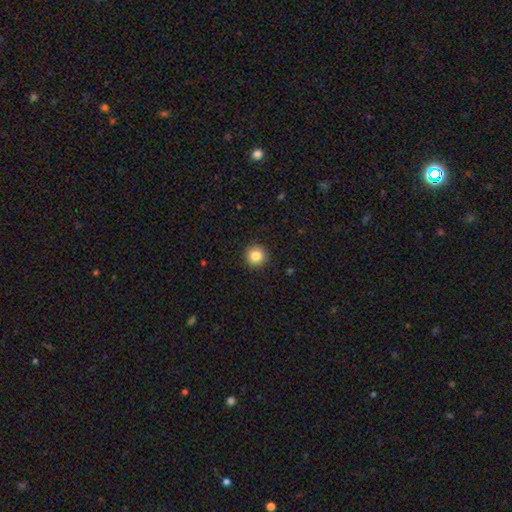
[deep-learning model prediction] Smooth or featured? Predicted: smooth (p=0.84). How rounded? Predicted: round (p=0.96). Merging? Predicted: none (p=0.93).